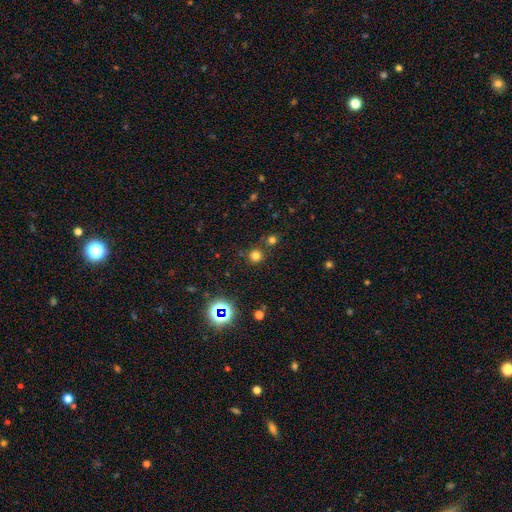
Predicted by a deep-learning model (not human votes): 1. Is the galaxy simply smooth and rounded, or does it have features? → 72% smooth, 23% star or artifact, 5% featured or disk.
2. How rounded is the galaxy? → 94% round, 5% in between, 1% cigar-shaped.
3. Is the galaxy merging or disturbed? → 80% none, 10% merger, 7% minor disturbance, 3% major disturbance.